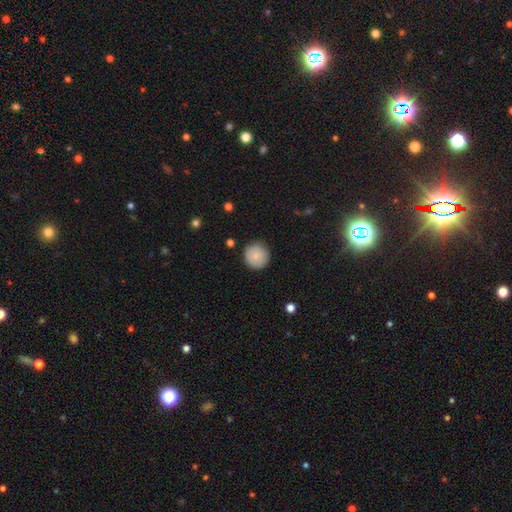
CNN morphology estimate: Q: Smooth or featured?
A: smooth (82%); runner-up: featured or disk (11%)
Q: How rounded?
A: round (94%); runner-up: in between (5%)
Q: Merging?
A: none (86%); runner-up: minor disturbance (10%)